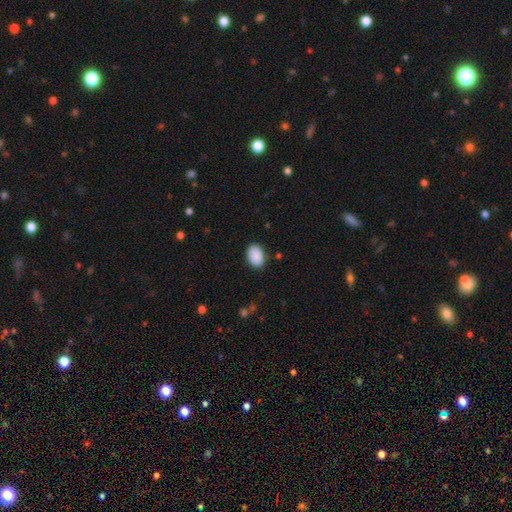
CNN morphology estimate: Smooth or featured: smooth — 91% (star or artifact — 7%)
How rounded: in between — 85% (round — 14%)
Merging: none — 88% (minor disturbance — 9%)